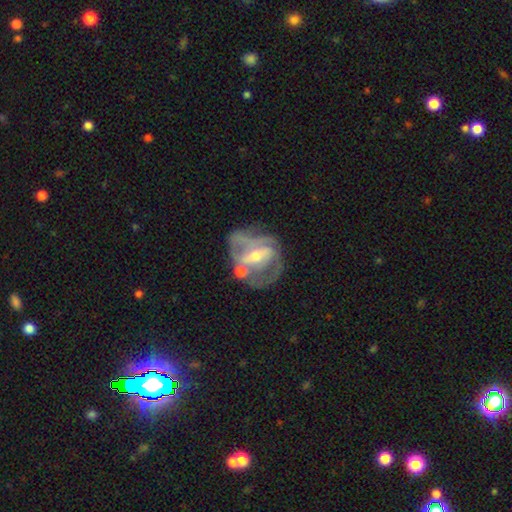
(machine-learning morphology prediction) Smooth or featured?
  - featured or disk: 79% *
  - smooth: 14%
  - star or artifact: 7%
Edge-on disk?
  - no: 96% *
  - yes: 4%
Bar?
  - weak: 40% *
  - strong: 35%
  - no: 25%
Spiral arms?
  - yes: 78% *
  - no: 22%
Spiral winding?
  - medium: 44% *
  - tight: 35%
  - loose: 21%
Spiral arm count?
  - 2: 42% *
  - can't tell: 25%
  - 3: 20%
  - 1: 6%
  - 4: 4%
  - more than 4: 3%
Bulge size?
  - moderate: 52% *
  - small: 42%
  - large: 3%
  - none: 2%
  - dominant: 1%
Merging?
  - none: 39% *
  - major disturbance: 22%
  - minor disturbance: 20%
  - merger: 19%